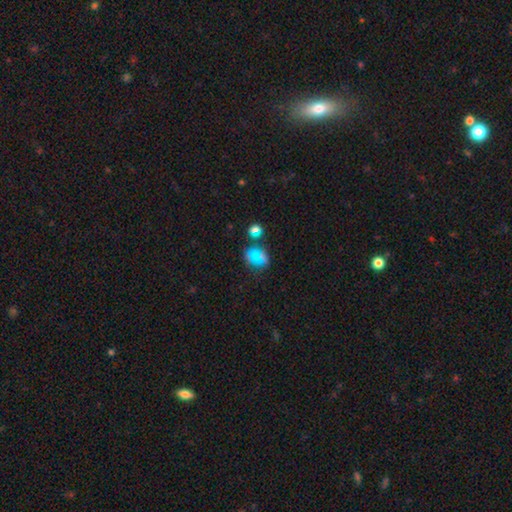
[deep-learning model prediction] Q: Smooth or featured?
A: smooth (53%); runner-up: star or artifact (31%)
Q: How rounded?
A: round (53%); runner-up: in between (45%)
Q: Merging?
A: none (54%); runner-up: minor disturbance (21%)